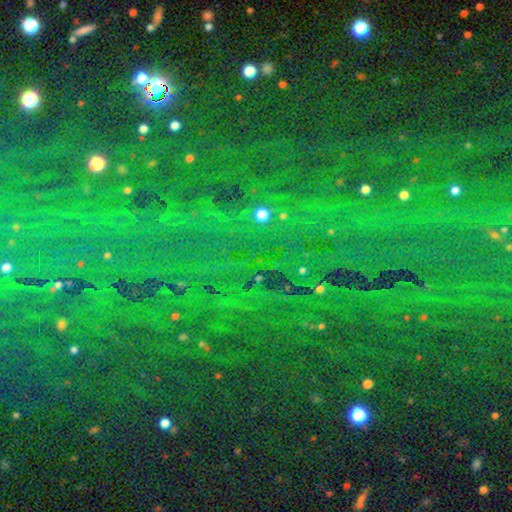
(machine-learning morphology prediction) A star or artifact, not a galaxy (85%).